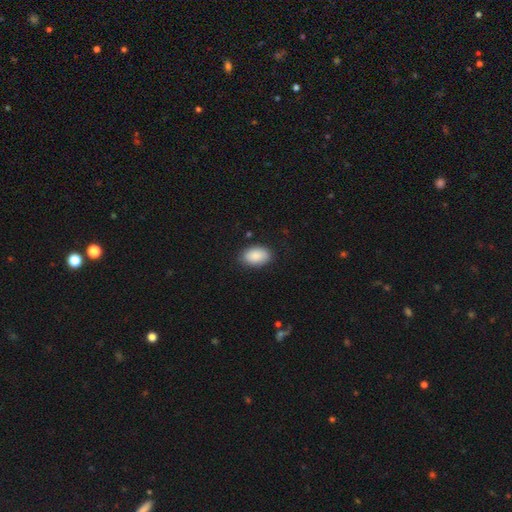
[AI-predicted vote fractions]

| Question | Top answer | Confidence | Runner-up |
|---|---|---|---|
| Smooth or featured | smooth | 90% | star or artifact (6%) |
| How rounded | in between | 91% | round (8%) |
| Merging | none | 86% | minor disturbance (11%) |